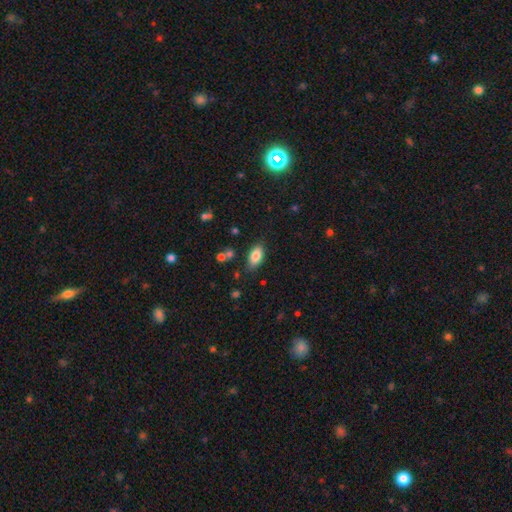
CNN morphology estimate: Smooth or featured: smooth — 81% (featured or disk — 11%)
How rounded: in between — 89% (cigar-shaped — 7%)
Merging: none — 82% (minor disturbance — 12%)